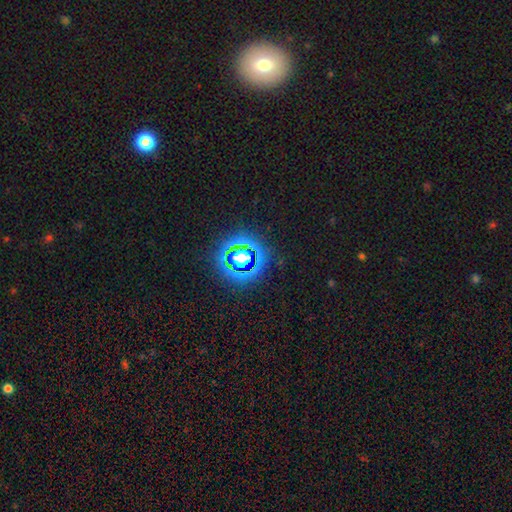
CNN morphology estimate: type=star or artifact (77%).